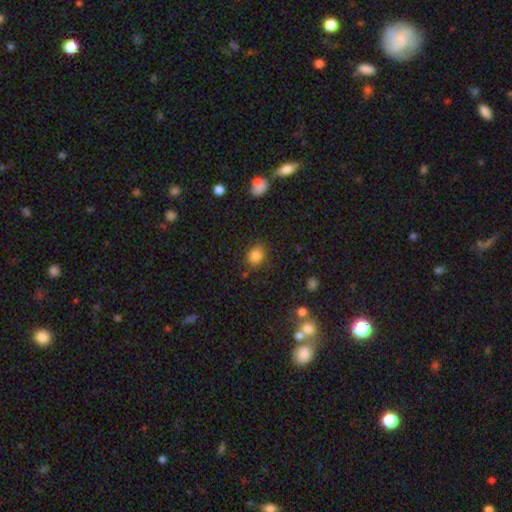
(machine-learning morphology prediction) smooth_or_featured: smooth (p=0.83) [alt: star or artifact p=0.11]
how_rounded: in between (p=0.50) [alt: round p=0.49]
merging: none (p=0.82) [alt: minor disturbance p=0.12]